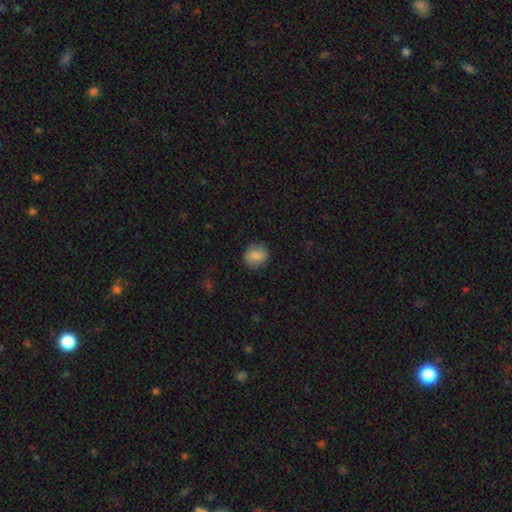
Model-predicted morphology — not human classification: Smooth or featured?
  - smooth: 83% *
  - featured or disk: 9%
  - star or artifact: 8%
How rounded?
  - round: 82% *
  - in between: 17%
  - cigar-shaped: 1%
Merging?
  - none: 87% *
  - minor disturbance: 9%
  - major disturbance: 3%
  - merger: 1%